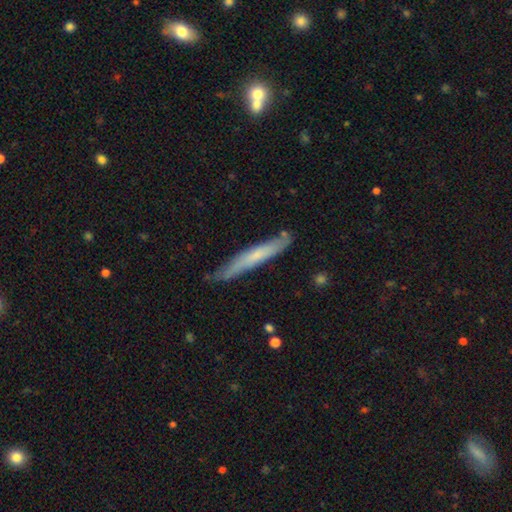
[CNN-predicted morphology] This appears to be a smooth galaxy with no disk features (51%) that is cigar-shaped (95%). Merging: none (73%).